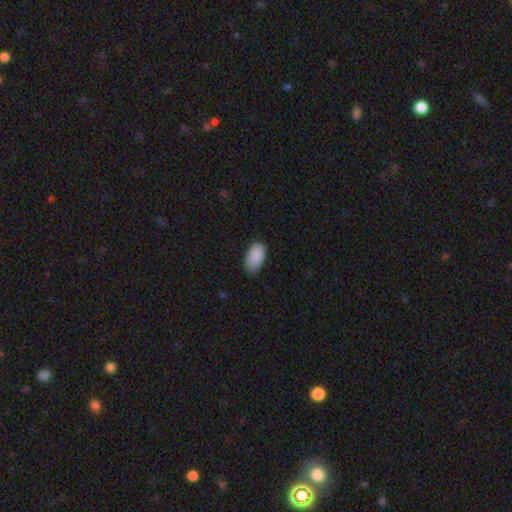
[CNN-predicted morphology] smooth_or_featured: smooth (p=0.89) [alt: star or artifact p=0.07]
how_rounded: in between (p=0.95) [alt: round p=0.04]
merging: none (p=0.72) [alt: minor disturbance p=0.24]